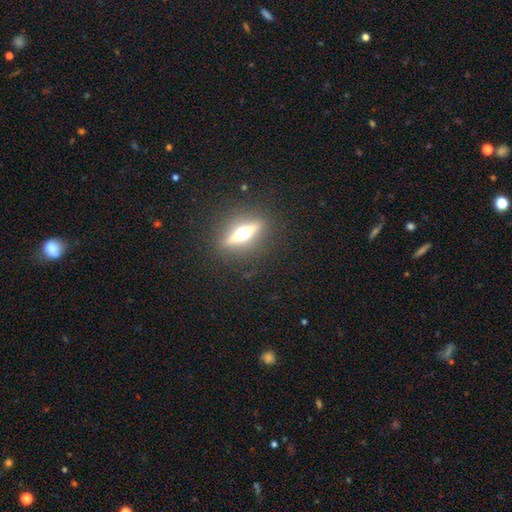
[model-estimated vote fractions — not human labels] Smooth or featured?
  - featured or disk: 42% *
  - smooth: 37%
  - star or artifact: 21%
Merging?
  - none: 90% *
  - minor disturbance: 6%
  - major disturbance: 3%
  - merger: 1%